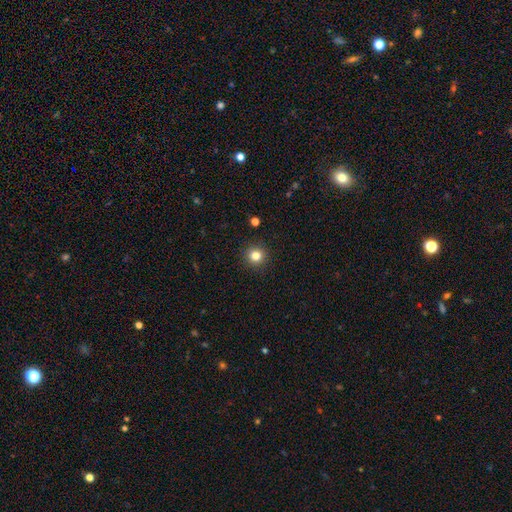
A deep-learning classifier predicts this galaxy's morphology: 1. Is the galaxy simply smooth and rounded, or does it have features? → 82% smooth, 12% star or artifact, 5% featured or disk.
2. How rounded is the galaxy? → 94% round, 5% in between, 1% cigar-shaped.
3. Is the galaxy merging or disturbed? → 93% none, 5% minor disturbance, 2% major disturbance, 1% merger.